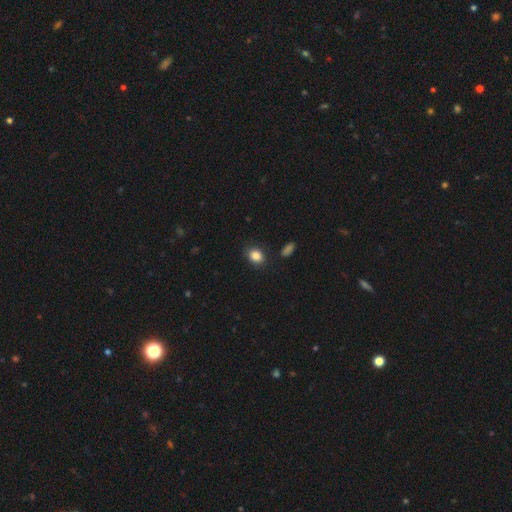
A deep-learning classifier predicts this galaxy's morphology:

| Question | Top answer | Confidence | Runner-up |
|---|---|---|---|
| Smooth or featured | smooth | 86% | star or artifact (9%) |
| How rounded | in between | 61% | round (37%) |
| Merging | none | 83% | minor disturbance (12%) |